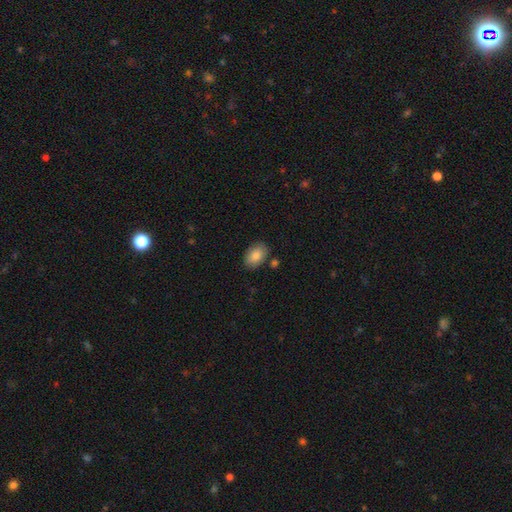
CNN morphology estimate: Smooth or featured? smooth (85%)
How rounded? in between (88%)
Merging? none (81%)